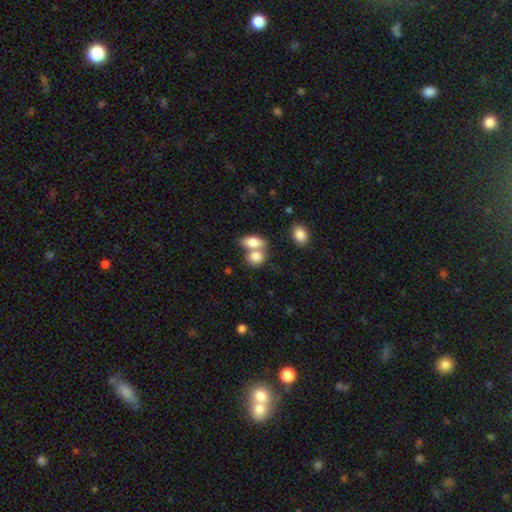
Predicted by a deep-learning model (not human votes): Morphology: type=smooth (82%); roundness=in between (69%); merging=merger (56%).